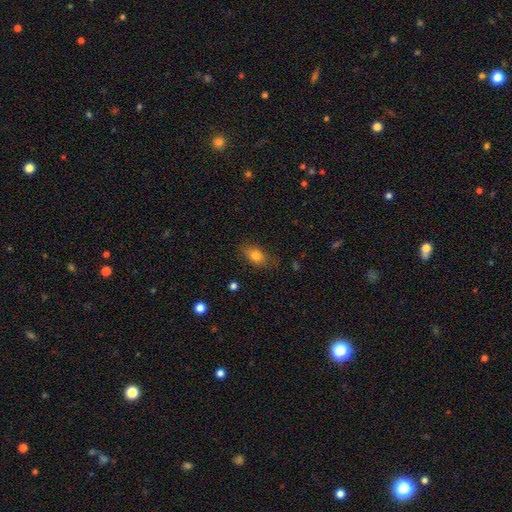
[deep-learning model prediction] Smooth or featured? smooth (78%)
How rounded? in between (80%)
Merging? none (76%)